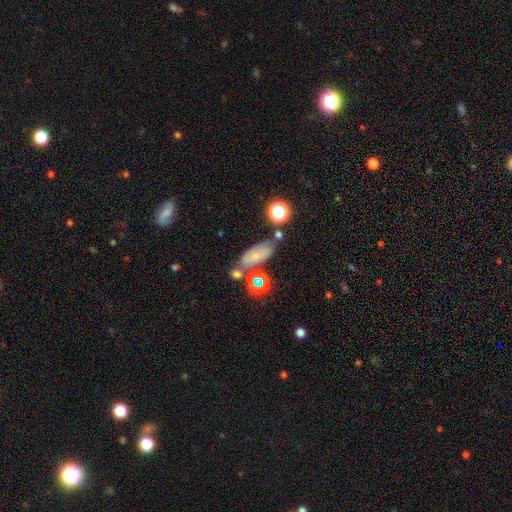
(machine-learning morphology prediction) Smooth or featured?
  - smooth: 57% *
  - featured or disk: 25%
  - star or artifact: 18%
How rounded?
  - in between: 73% *
  - cigar-shaped: 19%
  - round: 8%
Merging?
  - none: 63% *
  - minor disturbance: 18%
  - merger: 12%
  - major disturbance: 7%